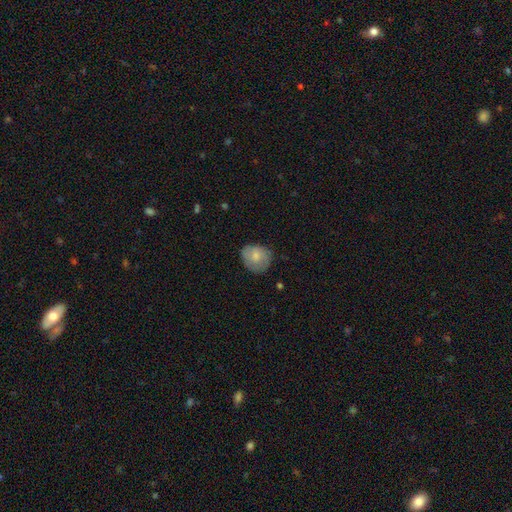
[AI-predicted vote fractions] Q: Smooth or featured?
A: smooth (76%); runner-up: featured or disk (17%)
Q: How rounded?
A: round (72%); runner-up: in between (27%)
Q: Merging?
A: none (70%); runner-up: minor disturbance (23%)